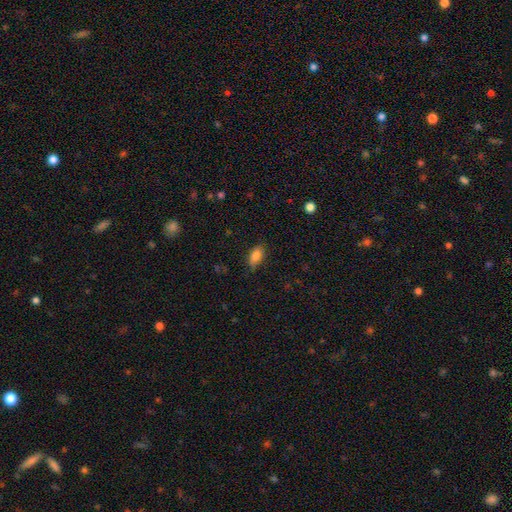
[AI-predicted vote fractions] The model was most divided on "merging": none: 79%, minor disturbance: 16%, major disturbance: 3%, merger: 1%. More confident: how rounded — in between (88%); smooth or featured — smooth (84%).